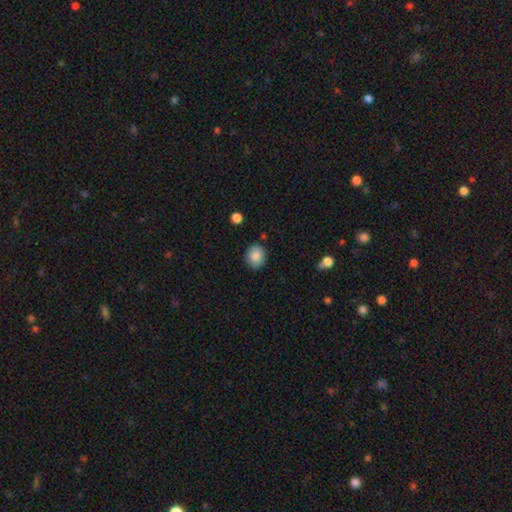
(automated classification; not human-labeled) smooth_or_featured: smooth (p=0.87) [alt: star or artifact p=0.08]
how_rounded: round (p=0.75) [alt: in between p=0.24]
merging: none (p=0.85) [alt: minor disturbance p=0.11]